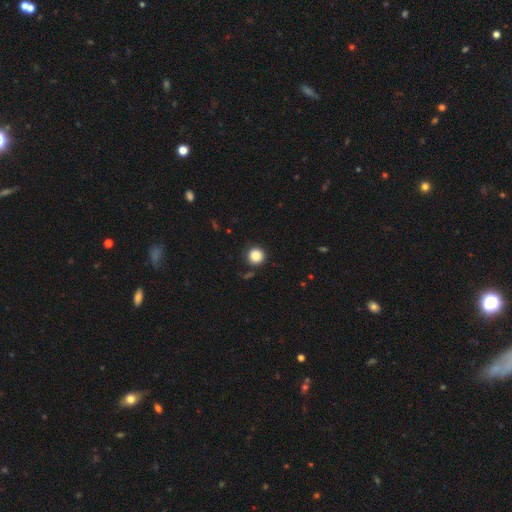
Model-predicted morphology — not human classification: Smooth or featured: smooth — 86% (star or artifact — 10%)
How rounded: round — 96% (in between — 3%)
Merging: none — 88% (minor disturbance — 7%)